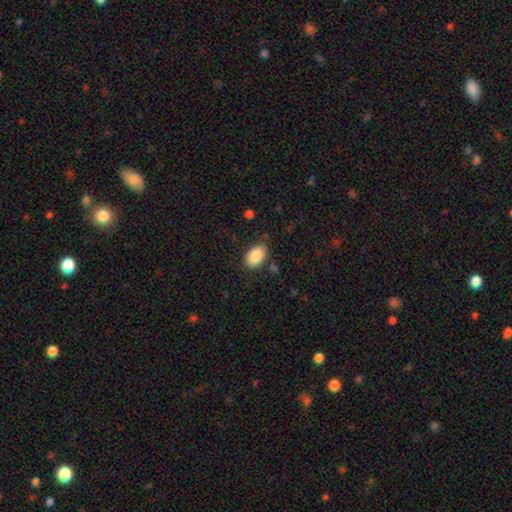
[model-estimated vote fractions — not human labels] Morphology: type=smooth (87%); roundness=in between (89%); merging=none (82%).